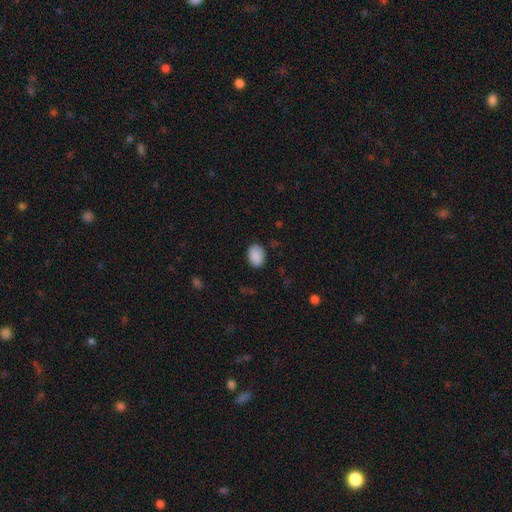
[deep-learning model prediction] smooth-or-featured: smooth: 90% | star or artifact: 7% | featured or disk: 3%
  how-rounded: in between: 78% | round: 21% | cigar-shaped: 1%
  merging: none: 84% | minor disturbance: 13% | major disturbance: 3% | merger: 1%